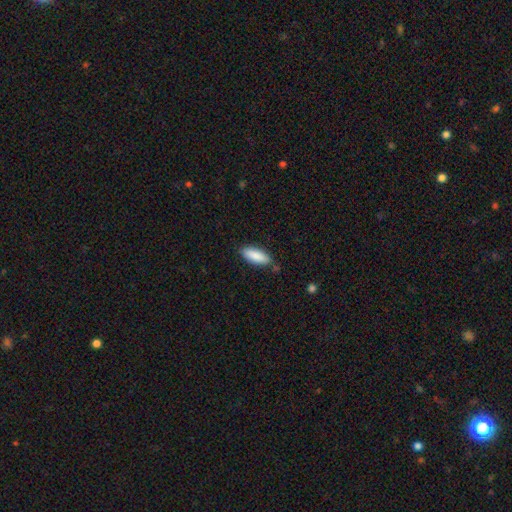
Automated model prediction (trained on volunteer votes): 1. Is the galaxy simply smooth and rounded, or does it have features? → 87% smooth, 7% featured or disk, 6% star or artifact.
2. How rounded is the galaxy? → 68% in between, 30% cigar-shaped, 2% round.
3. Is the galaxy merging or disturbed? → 81% none, 14% minor disturbance, 3% major disturbance, 3% merger.